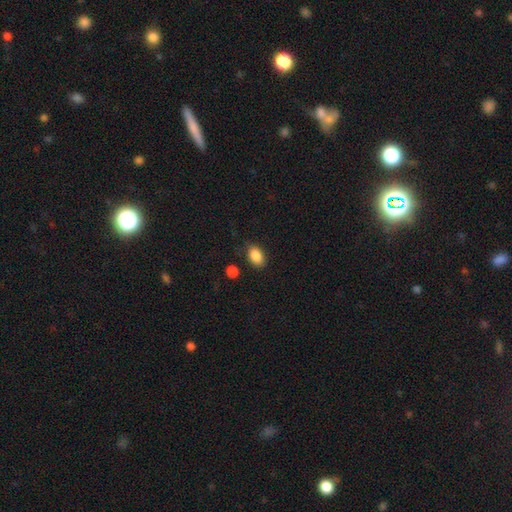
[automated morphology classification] Overall: smooth (88%). How rounded: in between (87%). Merging: none (81%).